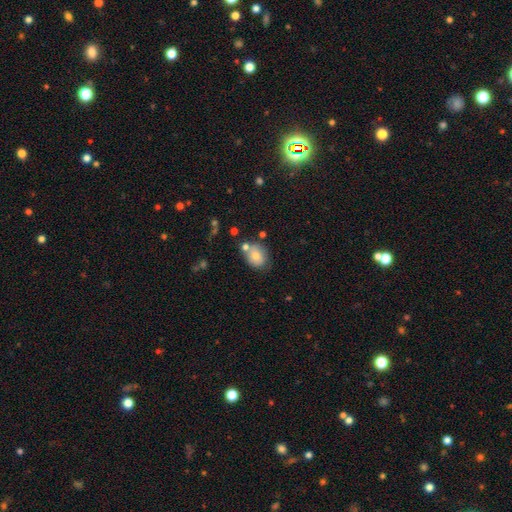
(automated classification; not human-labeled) This is likely a smooth galaxy (74%). How rounded: possibly in between (51%). Merging: possibly none (58%).